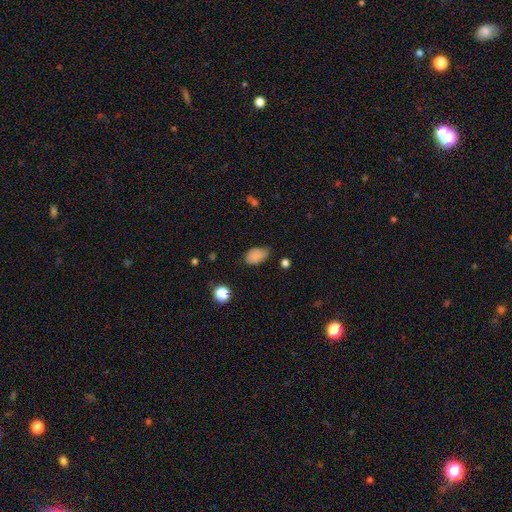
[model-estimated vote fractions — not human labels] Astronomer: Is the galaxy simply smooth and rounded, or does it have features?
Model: smooth — 85%.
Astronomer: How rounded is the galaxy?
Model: in between — 90%.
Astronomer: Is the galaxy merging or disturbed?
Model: none — 70%.